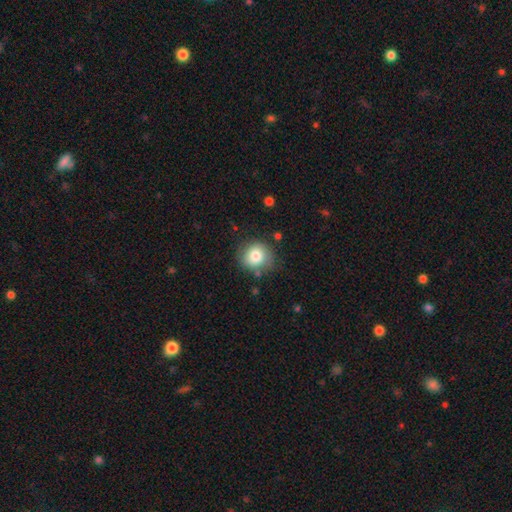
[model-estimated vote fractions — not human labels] Smooth or featured? Predicted: smooth (p=0.81). How rounded? Predicted: round (p=0.85). Merging? Predicted: none (p=0.78).